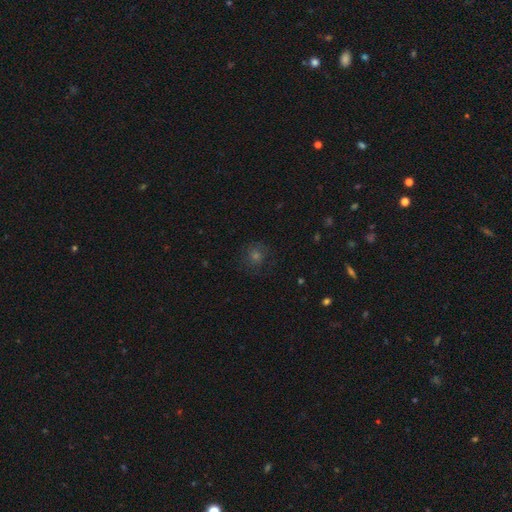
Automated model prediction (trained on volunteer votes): Morphology: type=smooth (47%); merging=none (81%).